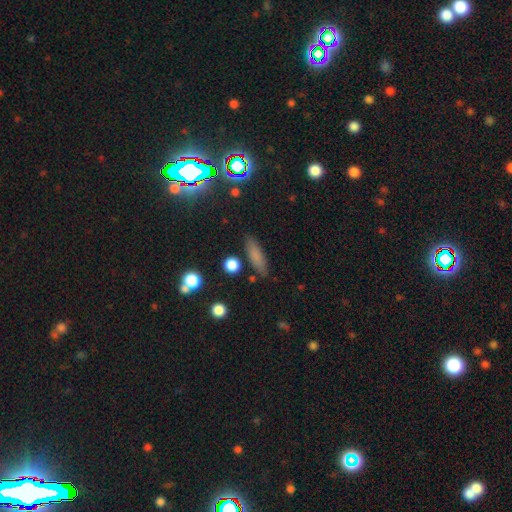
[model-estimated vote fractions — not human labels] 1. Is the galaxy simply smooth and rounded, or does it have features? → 76% smooth, 12% star or artifact, 12% featured or disk.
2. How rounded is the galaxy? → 58% cigar-shaped, 38% in between, 4% round.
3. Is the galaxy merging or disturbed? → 82% none, 11% minor disturbance, 3% merger, 3% major disturbance.